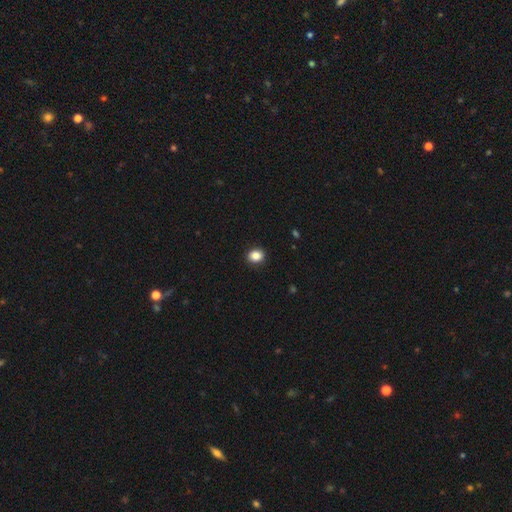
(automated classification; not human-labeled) Overall: smooth (86%). How rounded: round (61%; in between 38%). Merging: none (92%).